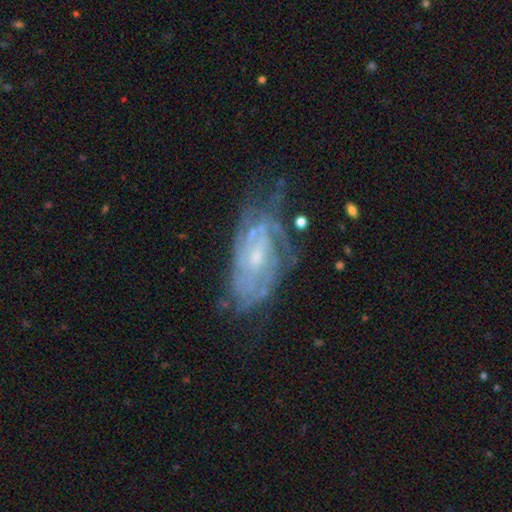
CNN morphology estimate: A featured or disk galaxy (81%) with no bar (54%), tight (60%) spiral arms (88%) and a small central bulge (63%). Merging: none (55%).